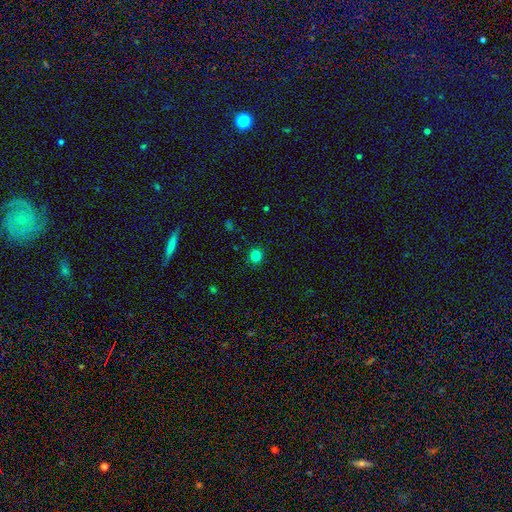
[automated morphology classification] A smooth galaxy with no disk features (82%) that is round (89%). Merging: none (91%).